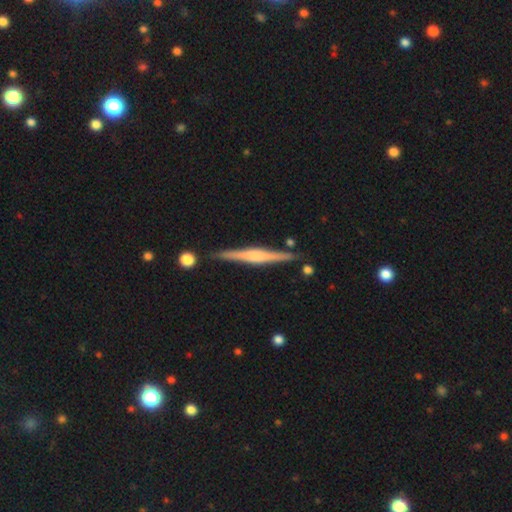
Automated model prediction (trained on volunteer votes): A featured or disk galaxy (73%) viewed edge-on (98%) with a rounded central bulge (59%).

Vote fractions:
- Smooth or featured? featured or disk: 73% / smooth: 22% / star or artifact: 5%
- Edge-on disk? yes: 98% / no: 2%
- Edge-on bulge? rounded: 59% / boxy: 28% / none: 13%
- Merging? none: 88% / minor disturbance: 8% / merger: 2% / major disturbance: 2%